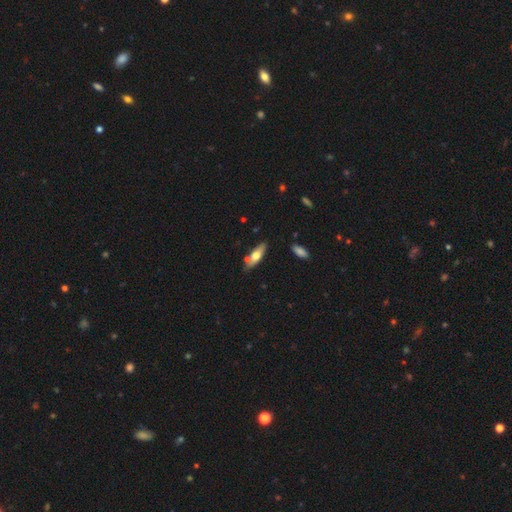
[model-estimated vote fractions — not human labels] smooth-or-featured: smooth: 57% | featured or disk: 37% | star or artifact: 6%
  how-rounded: cigar-shaped: 49% (tied) | in between: 49% (tied) | round: 2%
  merging: none: 76% | minor disturbance: 14% | merger: 8% | major disturbance: 3%